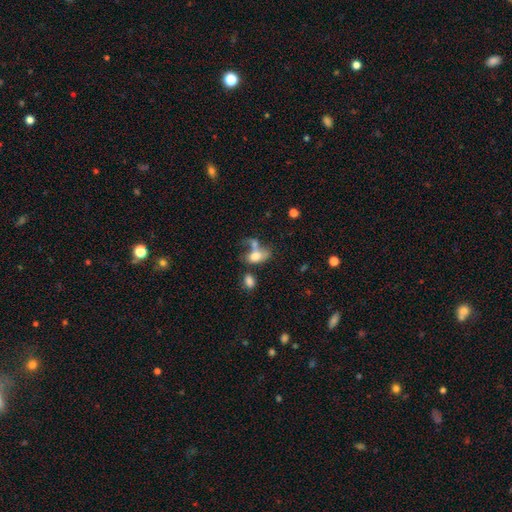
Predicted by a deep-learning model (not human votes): Smooth or featured? Predicted: smooth (p=0.67). How rounded? Predicted: in between (p=0.85). Merging? Predicted: merger (p=0.49).